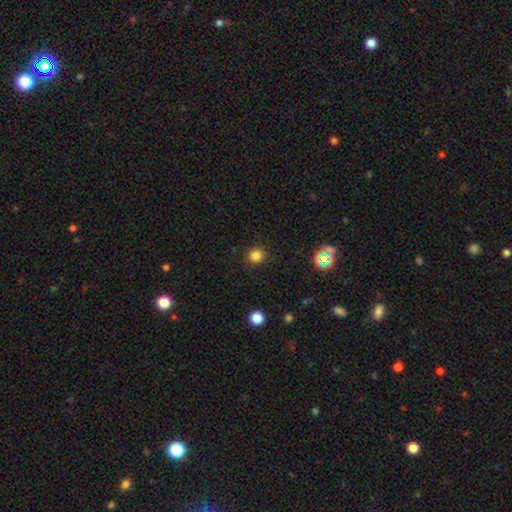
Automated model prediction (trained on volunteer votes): Morphology: type=smooth (81%); roundness=round (89%); merging=none (91%).